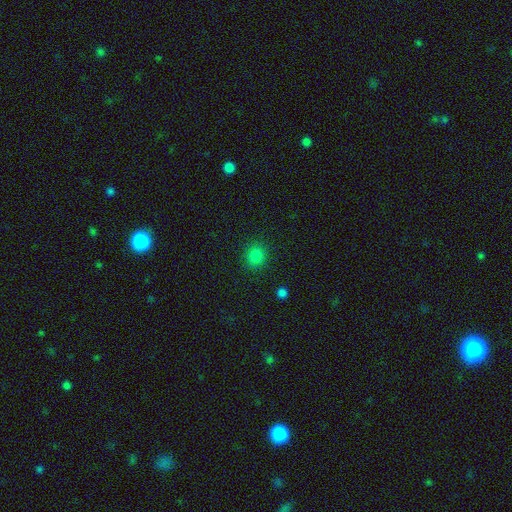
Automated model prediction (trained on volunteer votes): Smooth or featured? Predicted: smooth (p=0.82). How rounded? Predicted: round (p=0.84). Merging? Predicted: none (p=0.89).